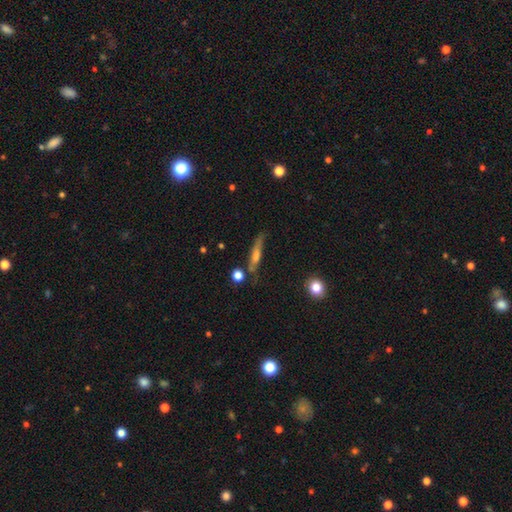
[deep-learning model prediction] A smooth galaxy with no disk features (47%). Merging: none (66%).